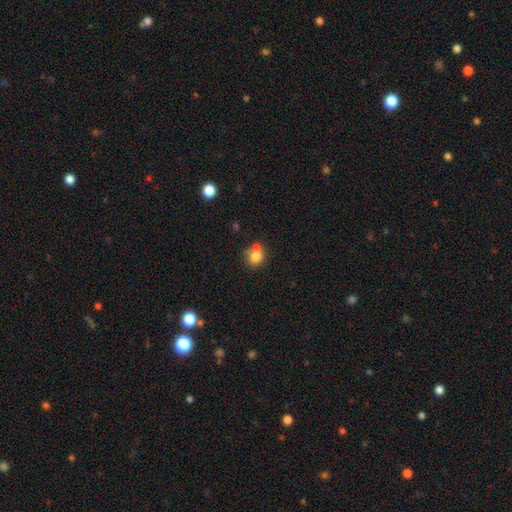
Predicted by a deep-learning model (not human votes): Morphology: type=smooth (78%); roundness=round (68%); merging=none (48%).